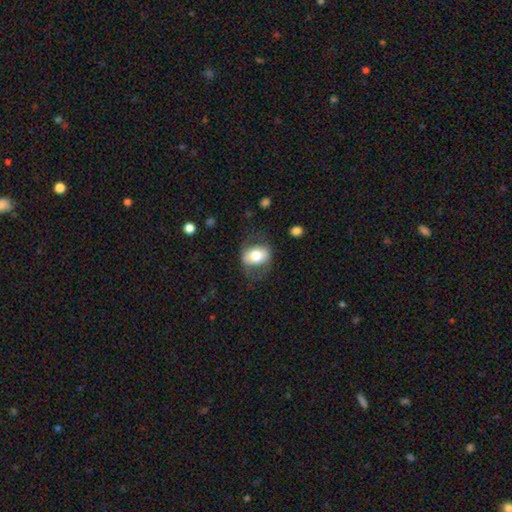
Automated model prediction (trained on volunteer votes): A smooth galaxy with no disk features (62%) that is in between round and cigar-shaped (64%).

Vote fractions:
- Smooth or featured? smooth: 62% / featured or disk: 30% / star or artifact: 8%
- How rounded? in between: 64% / round: 34% / cigar-shaped: 2%
- Merging? none: 66% / minor disturbance: 19% / major disturbance: 13% / merger: 1%